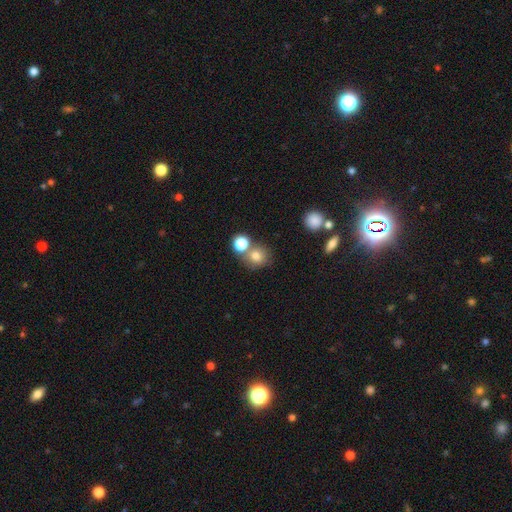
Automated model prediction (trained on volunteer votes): Smooth or featured? Predicted: smooth (p=0.77). How rounded? Predicted: round (p=0.84). Merging? Predicted: none (p=0.56).